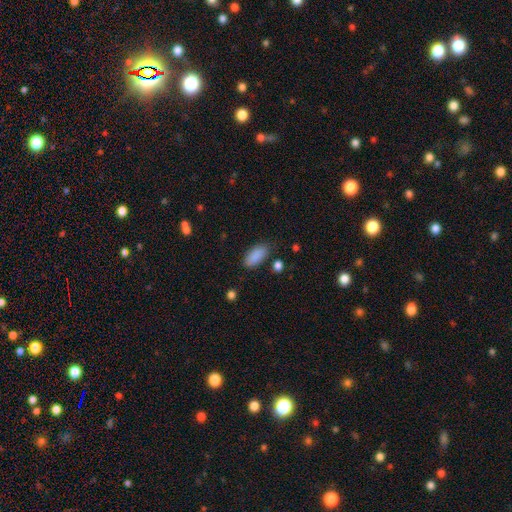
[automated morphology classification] Smooth or featured? smooth (89%)
How rounded? in between (90%)
Merging? none (81%)